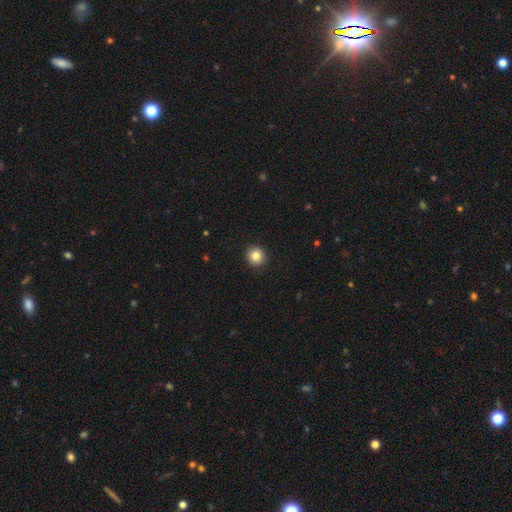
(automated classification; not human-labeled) Smooth or featured: smooth — 84% (star or artifact — 10%)
How rounded: round — 94% (in between — 5%)
Merging: none — 93% (minor disturbance — 4%)